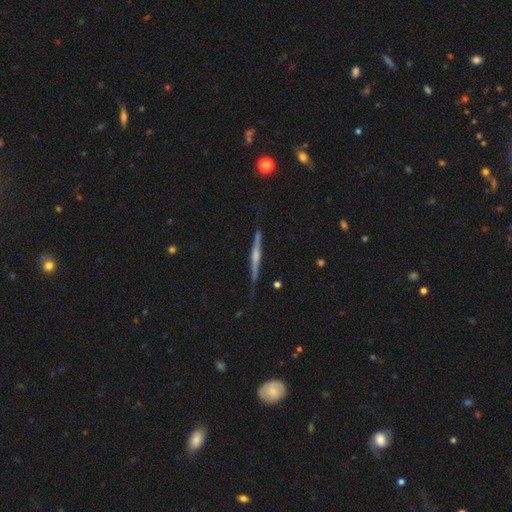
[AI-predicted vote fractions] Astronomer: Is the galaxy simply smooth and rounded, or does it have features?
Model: featured or disk — 74%.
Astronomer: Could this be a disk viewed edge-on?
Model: yes — 98%.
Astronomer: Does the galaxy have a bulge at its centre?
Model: rounded — 62%.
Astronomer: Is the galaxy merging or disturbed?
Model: none — 82%.